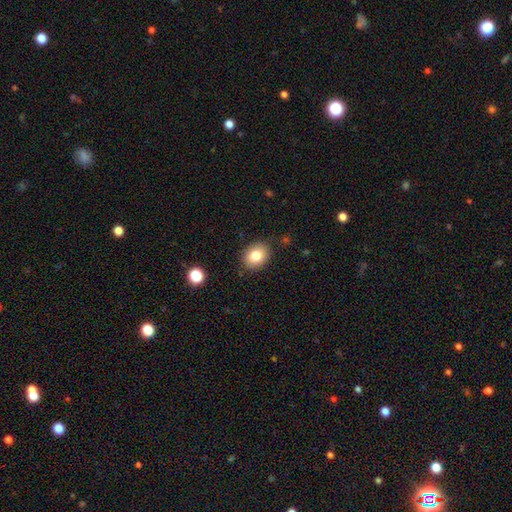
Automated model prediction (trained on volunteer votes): A smooth galaxy with no disk features (81%) that is in between round and cigar-shaped (55%). Merging: none (86%).